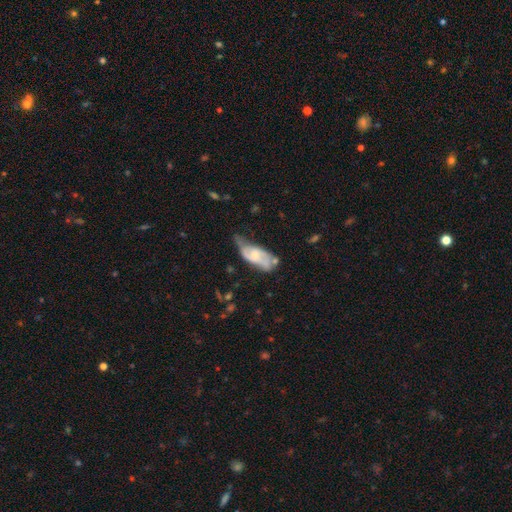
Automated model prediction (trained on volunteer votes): Q: Smooth or featured?
A: featured or disk (60%); runner-up: smooth (34%)
Q: Edge-on disk?
A: no (90%); runner-up: yes (10%)
Q: Bar?
A: no (56%); runner-up: weak (36%)
Q: Spiral arms?
A: yes (79%); runner-up: no (21%)
Q: Bulge size?
A: small (49%); runner-up: moderate (34%)
Q: Merging?
A: minor disturbance (38%); runner-up: none (33%)